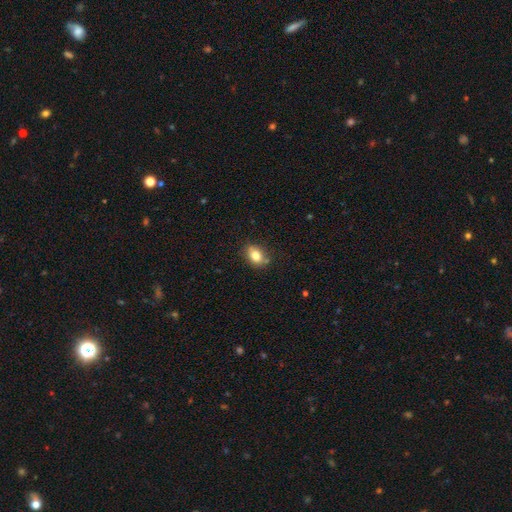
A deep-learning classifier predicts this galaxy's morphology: Smooth or featured: smooth — 79% (featured or disk — 11%)
How rounded: in between — 69% (round — 30%)
Merging: none — 76% (minor disturbance — 16%)